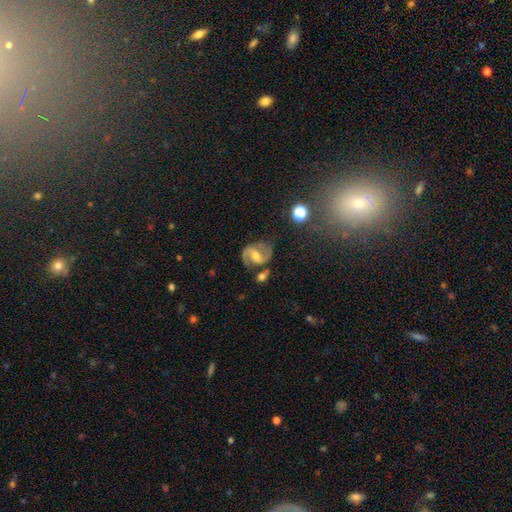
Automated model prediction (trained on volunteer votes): Smooth or featured?
  - featured or disk: 83% *
  - smooth: 10%
  - star or artifact: 7%
Edge-on disk?
  - no: 98% *
  - yes: 2%
Bar?
  - weak: 48% *
  - no: 27%
  - strong: 25%
Spiral arms?
  - yes: 95% *
  - no: 5%
Spiral winding?
  - medium: 56% *
  - loose: 25%
  - tight: 19%
Spiral arm count?
  - 2: 91% *
  - can't tell: 3%
  - 1: 2%
  - 3: 1%
  - 4: 1%
  - more than 4: 1%
Bulge size?
  - moderate: 65% *
  - small: 26%
  - large: 5%
  - none: 3%
  - dominant: 1%
Merging?
  - none: 67% *
  - minor disturbance: 17%
  - merger: 9%
  - major disturbance: 8%